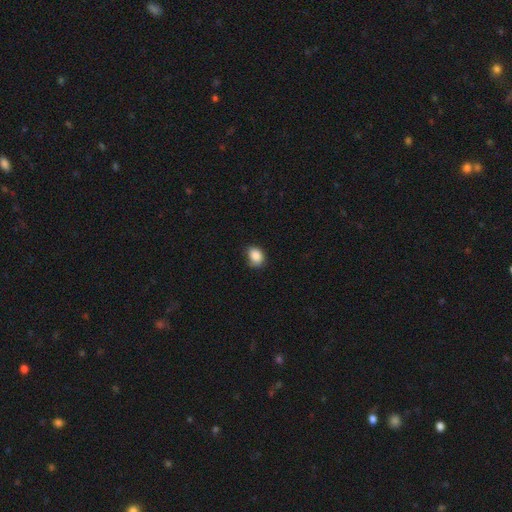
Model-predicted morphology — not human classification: A smooth galaxy with no disk features (87%) that is in between round and cigar-shaped (55%). Merging: none (70%).